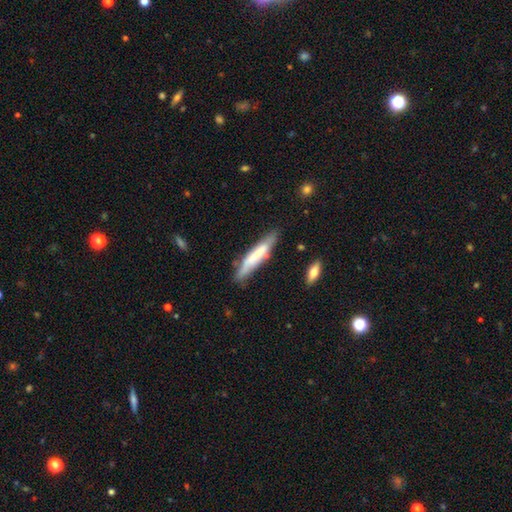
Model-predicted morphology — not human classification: This is likely a smooth galaxy (60%). How rounded: clearly cigar-shaped (88%). Merging: likely none (71%).